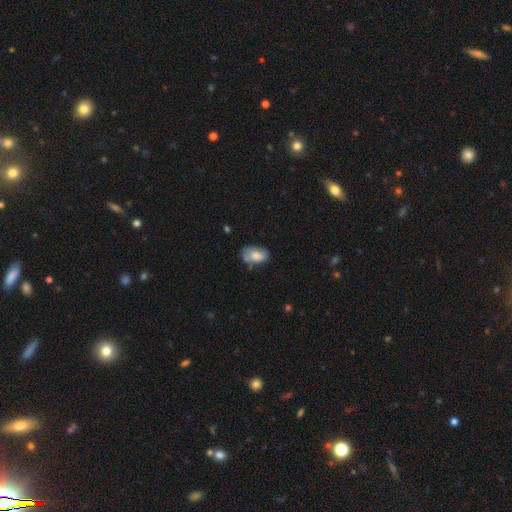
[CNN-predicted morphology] Smooth or featured?
  - smooth: 72% *
  - featured or disk: 21%
  - star or artifact: 8%
How rounded?
  - in between: 90% *
  - round: 9%
  - cigar-shaped: 1%
Merging?
  - none: 47% *
  - minor disturbance: 34%
  - major disturbance: 12%
  - merger: 6%